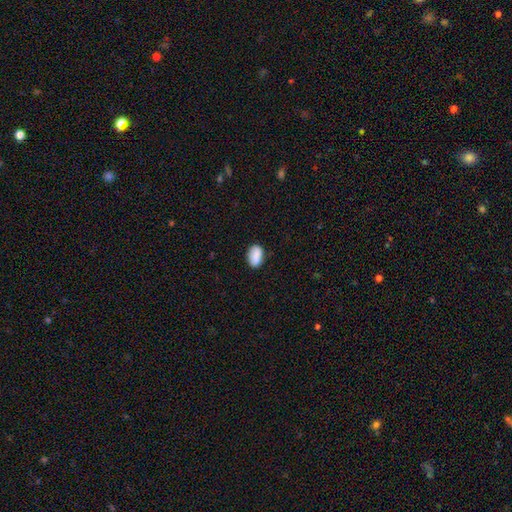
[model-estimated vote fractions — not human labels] Q: Smooth or featured?
A: smooth (88%); runner-up: star or artifact (7%)
Q: How rounded?
A: in between (89%); runner-up: round (9%)
Q: Merging?
A: none (83%); runner-up: minor disturbance (13%)